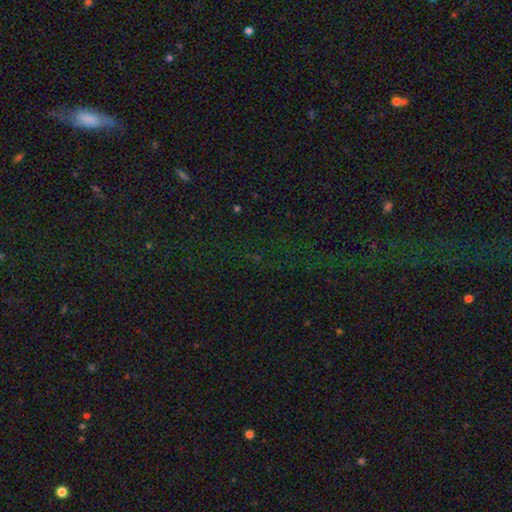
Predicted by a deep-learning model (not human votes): Smooth or featured?
  - star or artifact: 71% *
  - smooth: 16%
  - featured or disk: 13%